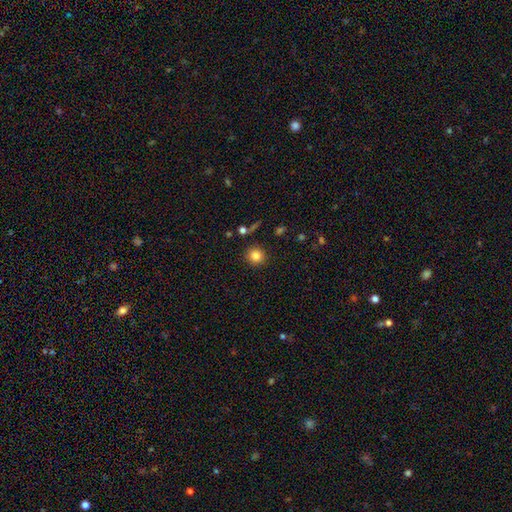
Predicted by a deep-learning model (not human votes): This is clearly a smooth galaxy (83%). How rounded: clearly round (93%). Merging: clearly none (89%).